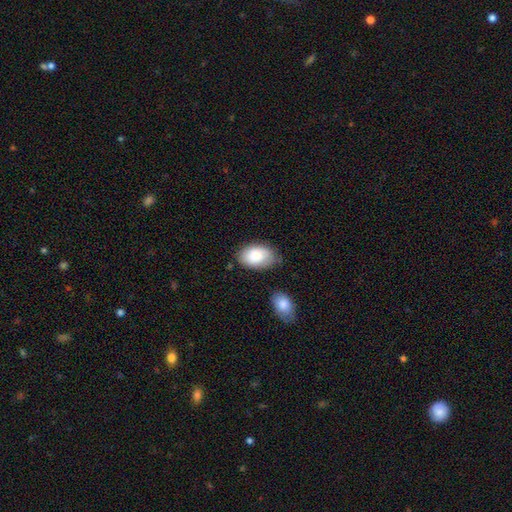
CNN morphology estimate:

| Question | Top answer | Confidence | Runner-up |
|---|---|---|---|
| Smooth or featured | smooth | 85% | featured or disk (9%) |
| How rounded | in between | 92% | round (7%) |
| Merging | none | 71% | minor disturbance (20%) |